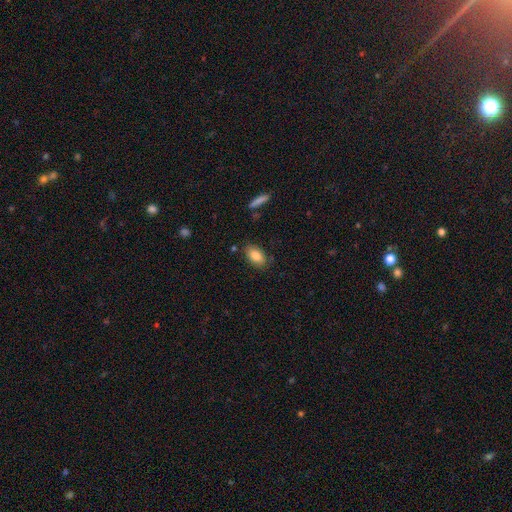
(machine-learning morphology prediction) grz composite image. It shows a smooth galaxy with no disk features (84%) that is in between round and cigar-shaped (91%). Merging: none (82%).